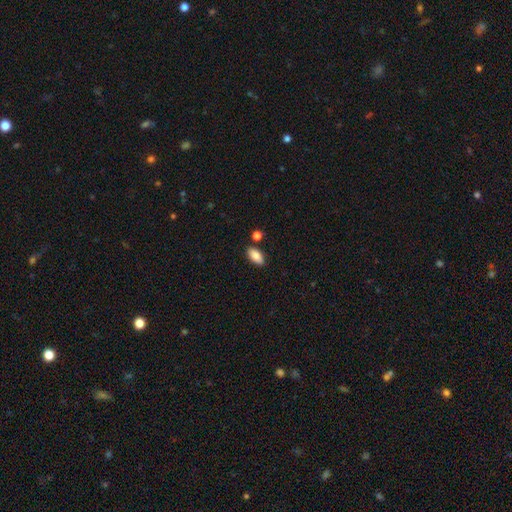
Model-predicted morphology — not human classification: A smooth galaxy with no disk features (87%) that is in between round and cigar-shaped (91%). Merging: none (84%).